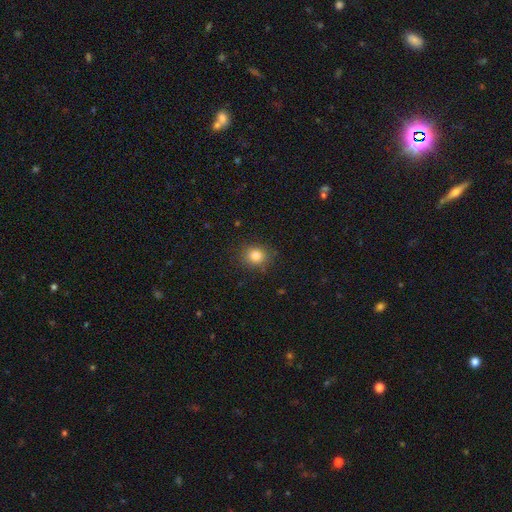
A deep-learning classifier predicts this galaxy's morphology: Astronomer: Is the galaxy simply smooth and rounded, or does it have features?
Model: smooth — 82%.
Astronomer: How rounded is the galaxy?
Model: round — 78%.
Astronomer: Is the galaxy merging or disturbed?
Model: none — 87%.